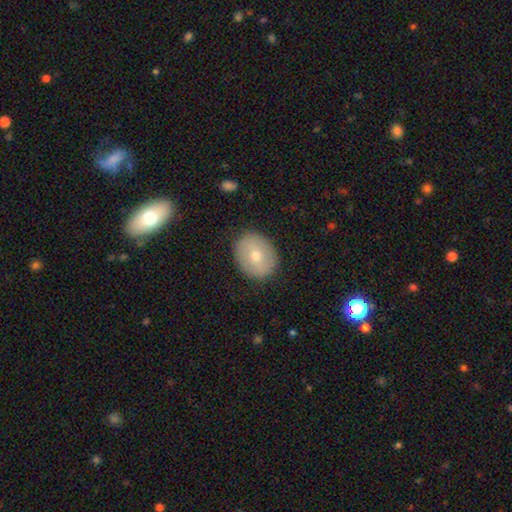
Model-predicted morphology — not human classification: Overall: smooth (62%; featured or disk 30%). How rounded: round (50%; in between 49%). Merging: none (87%).